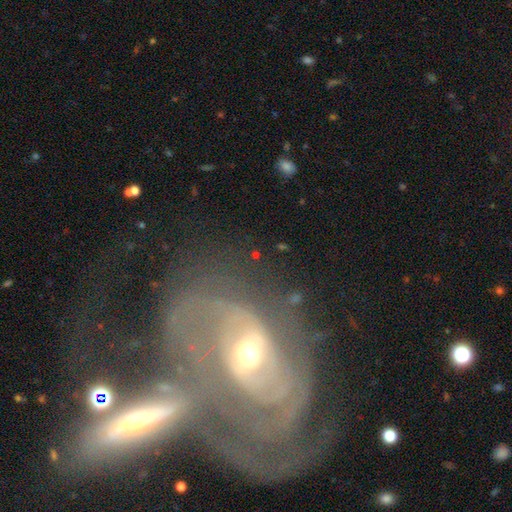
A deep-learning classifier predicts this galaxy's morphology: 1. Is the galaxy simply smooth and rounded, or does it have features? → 59% featured or disk, 24% smooth, 18% star or artifact.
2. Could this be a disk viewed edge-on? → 90% no, 10% yes.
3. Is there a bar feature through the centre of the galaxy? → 51% no, 28% weak, 21% strong.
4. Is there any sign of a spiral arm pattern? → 53% yes, 47% no.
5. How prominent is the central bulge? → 59% moderate, 28% small, 7% large, 3% dominant, 3% none.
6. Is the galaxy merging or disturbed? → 49% none, 26% major disturbance, 16% minor disturbance, 8% merger.